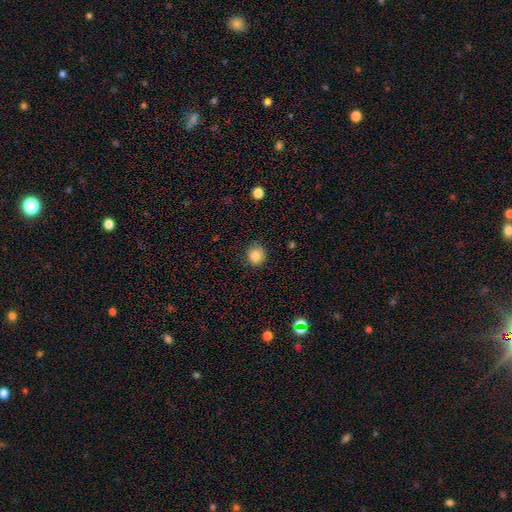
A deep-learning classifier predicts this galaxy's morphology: Overall: smooth (86%). How rounded: round (90%). Merging: none (84%).